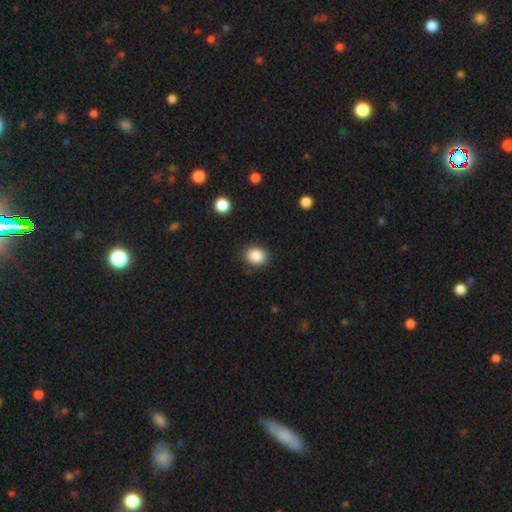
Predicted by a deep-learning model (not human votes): smooth-or-featured: smooth: 87% | star or artifact: 9% | featured or disk: 4%
  how-rounded: round: 61% | in between: 38% | cigar-shaped: 1%
  merging: none: 87% | minor disturbance: 9% | major disturbance: 3% | merger: 1%